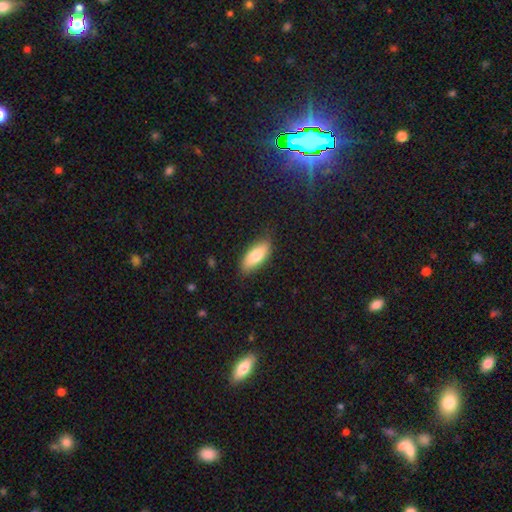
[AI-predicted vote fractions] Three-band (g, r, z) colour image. It shows a smooth galaxy with no disk features (79%) that is in between round and cigar-shaped (81%). Merging: none (84%).